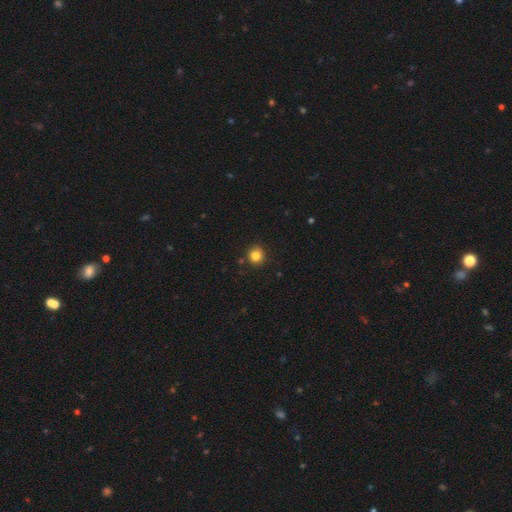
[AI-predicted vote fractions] The model was most divided on "smooth or featured": smooth: 83%, star or artifact: 12%, featured or disk: 5%. More confident: how rounded — round (91%); merging — none (88%).